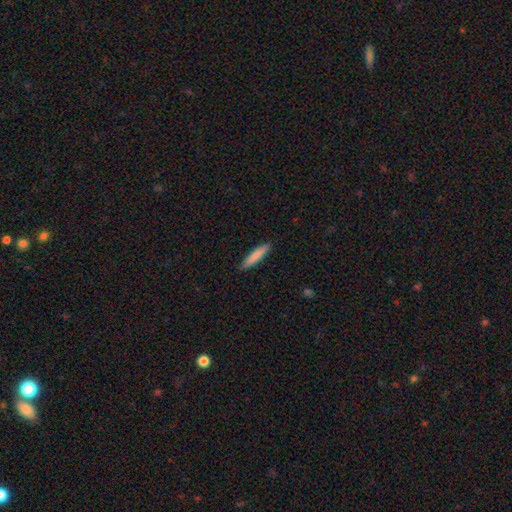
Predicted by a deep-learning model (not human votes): This is clearly a smooth galaxy (82%). How rounded: clearly cigar-shaped (88%). Merging: clearly none (90%).